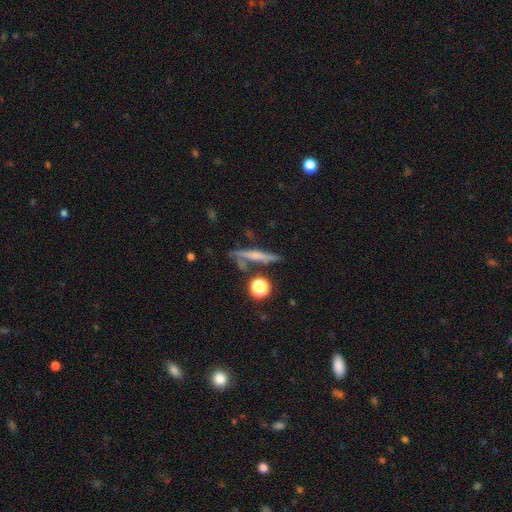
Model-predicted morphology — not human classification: The model was most divided on "smooth or featured": smooth: 45%, featured or disk: 44%, star or artifact: 11%. More confident: merging — none (70%).